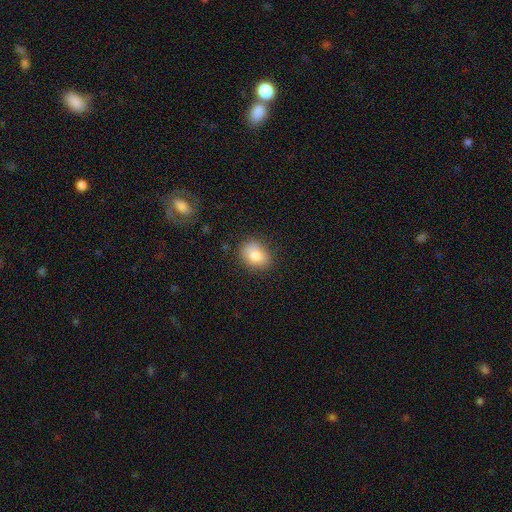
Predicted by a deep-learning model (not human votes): smooth-or-featured: smooth: 82% | featured or disk: 9% | star or artifact: 9%
  how-rounded: in between: 63% | round: 35% | cigar-shaped: 1%
  merging: none: 82% | minor disturbance: 14% | major disturbance: 3% | merger: 1%